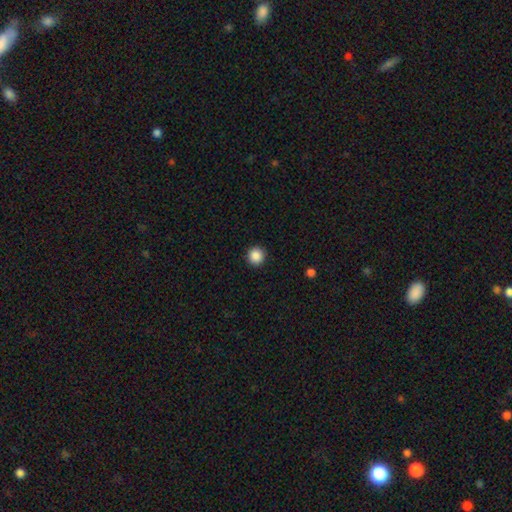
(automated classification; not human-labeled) Morphology: type=smooth (88%); roundness=round (95%); merging=none (93%).